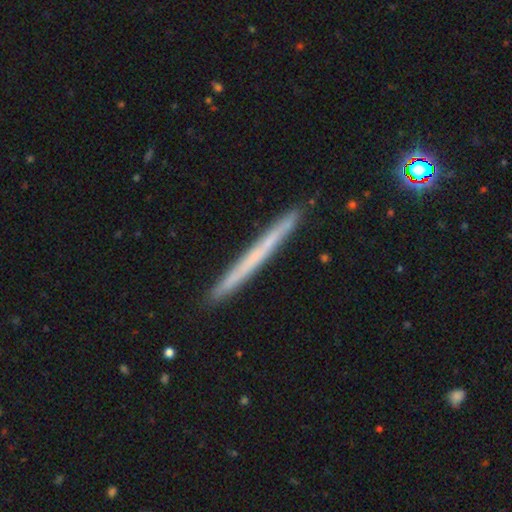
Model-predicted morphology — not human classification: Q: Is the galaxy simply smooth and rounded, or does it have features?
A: featured or disk — 47%.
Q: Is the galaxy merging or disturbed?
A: none — 91%.